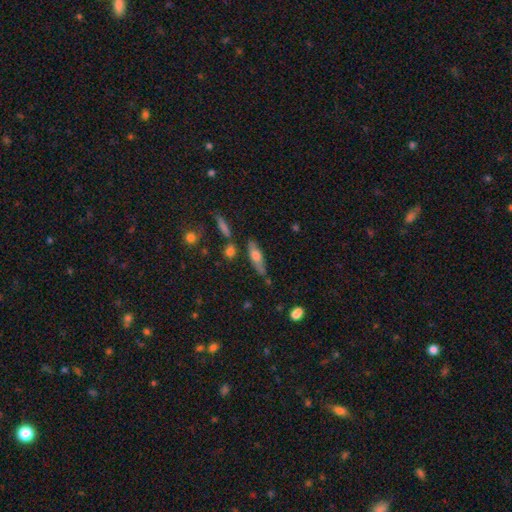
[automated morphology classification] Smooth or featured?
  - smooth: 57% *
  - featured or disk: 36%
  - star or artifact: 7%
How rounded?
  - cigar-shaped: 58% *
  - in between: 39%
  - round: 3%
Merging?
  - none: 67% *
  - minor disturbance: 20%
  - merger: 9%
  - major disturbance: 5%